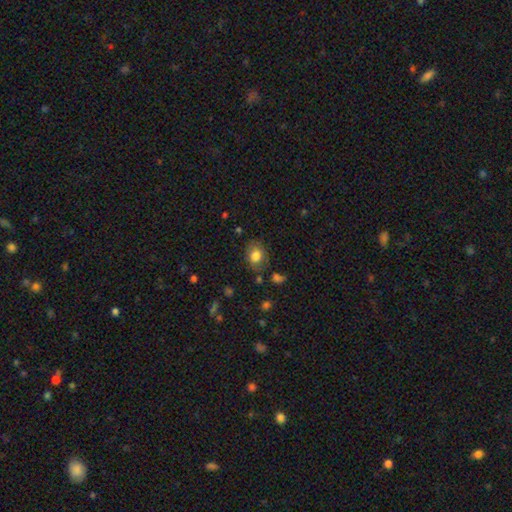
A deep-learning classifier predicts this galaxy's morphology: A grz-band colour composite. It shows a smooth galaxy with no disk features (80%) that is in between round and cigar-shaped (52%). Merging: none (73%).